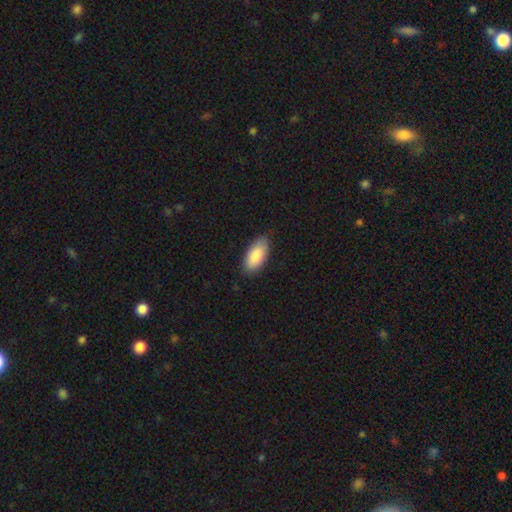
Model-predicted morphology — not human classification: A smooth galaxy with no disk features (88%) that is in between round and cigar-shaped (90%).

Vote fractions:
- Smooth or featured? smooth: 88% / featured or disk: 7% / star or artifact: 5%
- How rounded? in between: 90% / cigar-shaped: 8% / round: 2%
- Merging? none: 83% / minor disturbance: 14% / major disturbance: 2% / merger: 1%